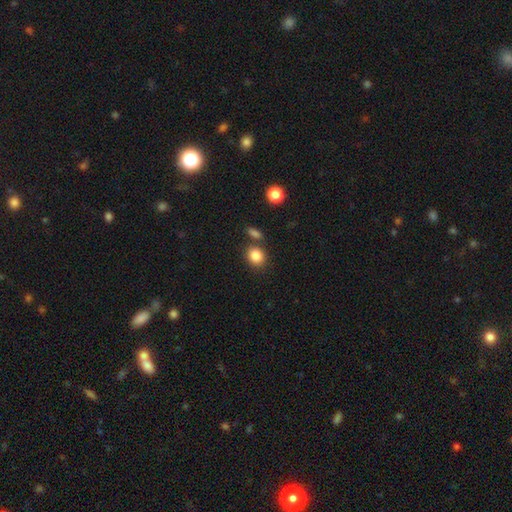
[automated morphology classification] A smooth galaxy with no disk features (85%) that is round (69%). Merging: none (75%).